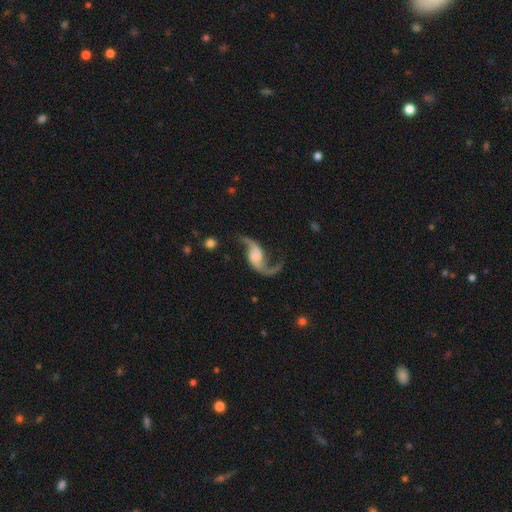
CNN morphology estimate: This is clearly a featured or disk galaxy (90%). It is clearly not viewed edge-on (97%). Bar: possibly no (51%). Spiral arm pattern: clearly yes (97%). Spiral arm count: clearly 2 (93%). Spiral winding: clearly loose (87%). Central bulge: marginally none (40%). Merging: likely none (73%).